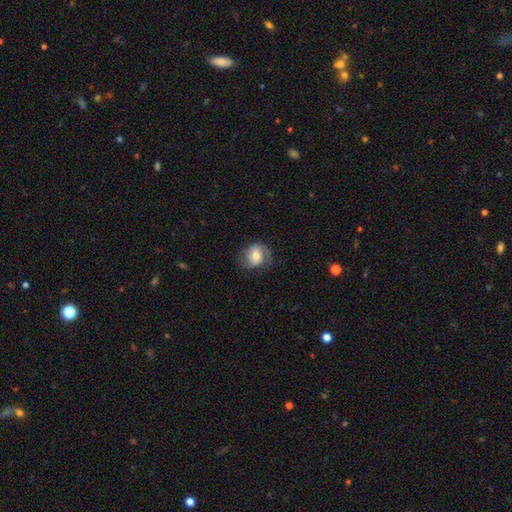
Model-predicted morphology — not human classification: The model was most divided on "smooth or featured": featured or disk: 48%, smooth: 44%, star or artifact: 7%. More confident: merging — none (59%).